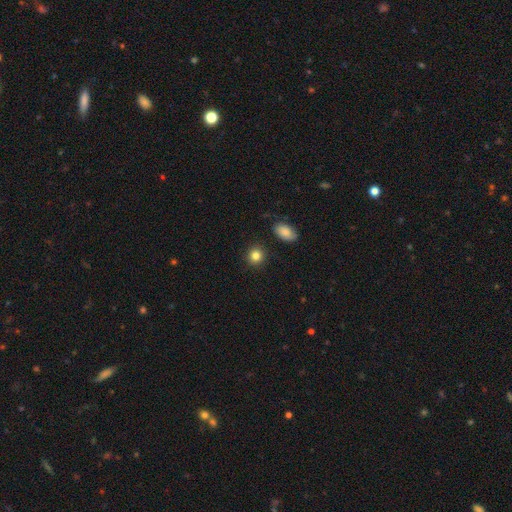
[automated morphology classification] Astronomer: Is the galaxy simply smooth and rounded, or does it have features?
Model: smooth — 85%.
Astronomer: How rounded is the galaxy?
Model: round — 85%.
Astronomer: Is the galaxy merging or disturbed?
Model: none — 89%.